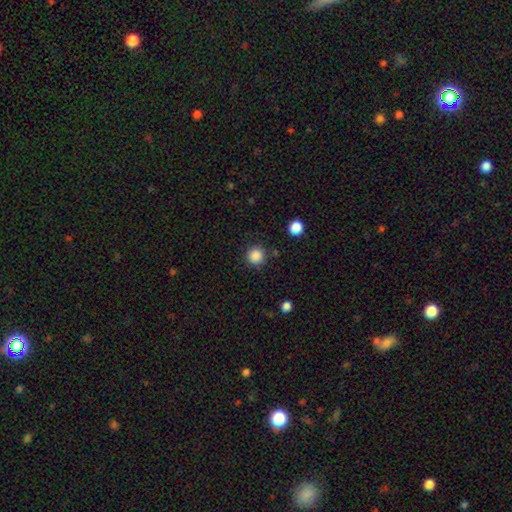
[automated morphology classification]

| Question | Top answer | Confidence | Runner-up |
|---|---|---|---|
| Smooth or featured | smooth | 86% | star or artifact (11%) |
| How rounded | round | 95% | in between (4%) |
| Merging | none | 87% | minor disturbance (7%) |